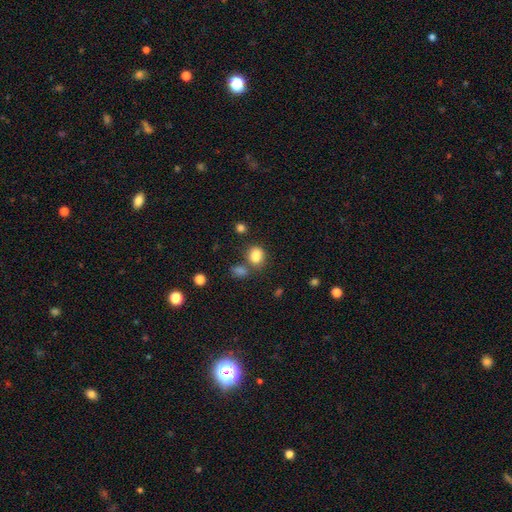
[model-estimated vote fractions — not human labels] Smooth or featured?
  - smooth: 82% *
  - star or artifact: 11%
  - featured or disk: 6%
How rounded?
  - in between: 56% *
  - round: 43%
  - cigar-shaped: 1%
Merging?
  - none: 52% *
  - merger: 27%
  - minor disturbance: 15%
  - major disturbance: 6%